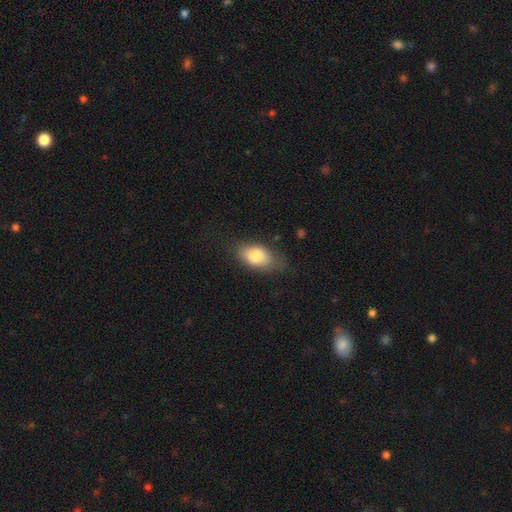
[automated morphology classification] smooth 81%, featured or disk 12%, star or artifact 7%. Down the decision tree: how rounded — in between (88%); merging — none (68%).